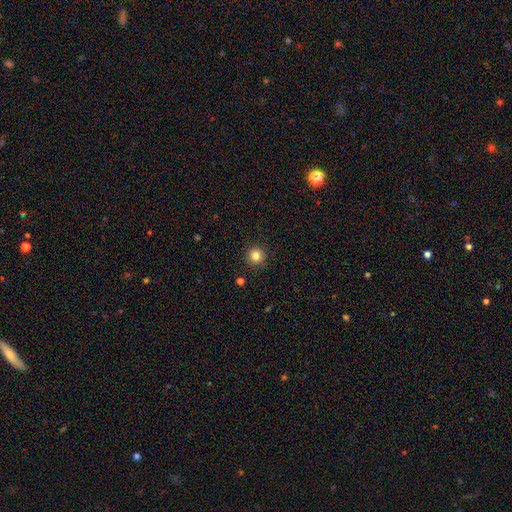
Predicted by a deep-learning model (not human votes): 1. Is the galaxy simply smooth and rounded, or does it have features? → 82% smooth, 12% star or artifact, 6% featured or disk.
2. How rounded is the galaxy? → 95% round, 4% in between, 1% cigar-shaped.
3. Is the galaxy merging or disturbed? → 92% none, 5% minor disturbance, 2% major disturbance, 1% merger.